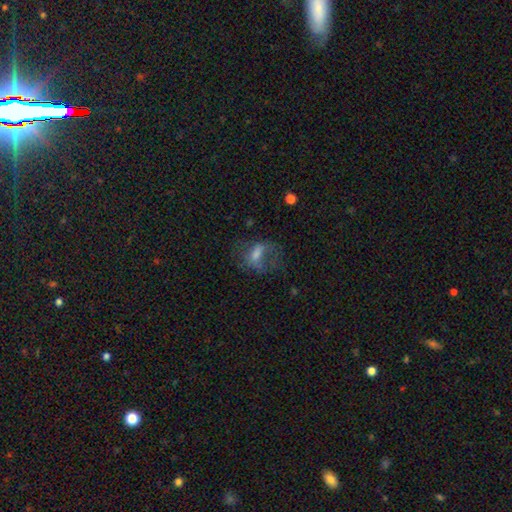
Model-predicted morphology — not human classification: A smooth galaxy with no disk features (46%). Merging: major disturbance (41%).